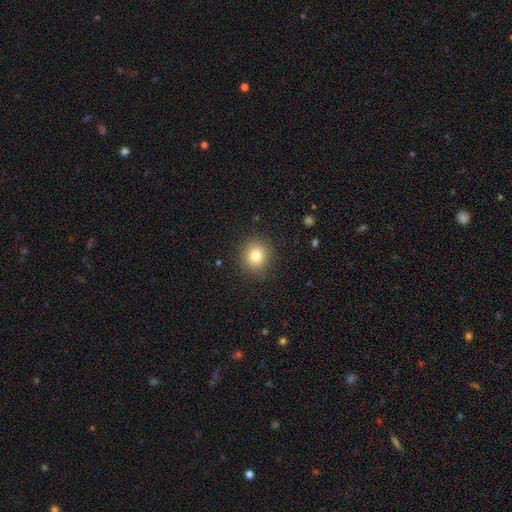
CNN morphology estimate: Smooth or featured: smooth — 81% (star or artifact — 11%)
How rounded: round — 87% (in between — 12%)
Merging: none — 88% (minor disturbance — 9%)